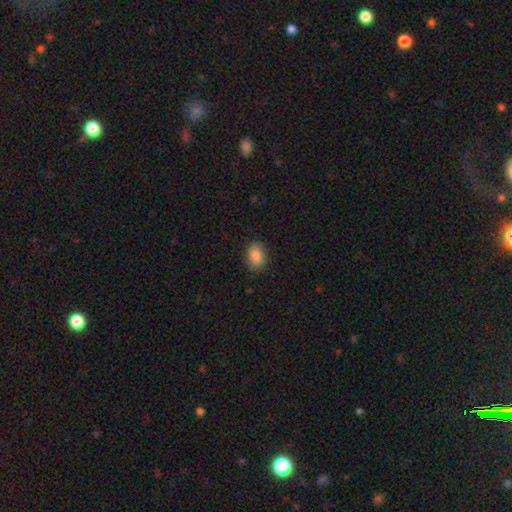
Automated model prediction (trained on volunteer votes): The model was most divided on "how rounded": in between: 80%, round: 19%, cigar-shaped: 1%. More confident: smooth or featured — smooth (85%); merging — none (84%).